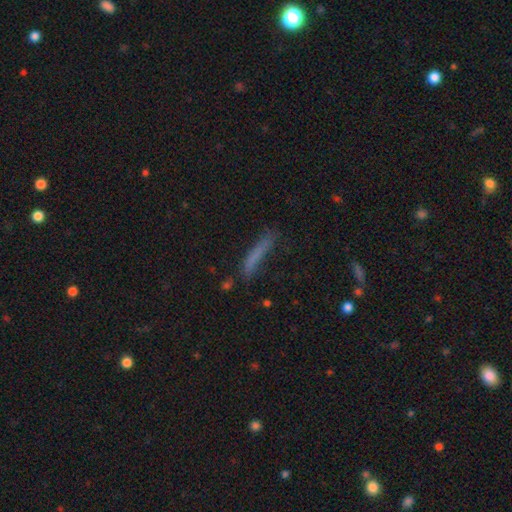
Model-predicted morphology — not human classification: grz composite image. It shows a smooth galaxy with no disk features (70%) that is cigar-shaped (92%). Merging: none (65%).